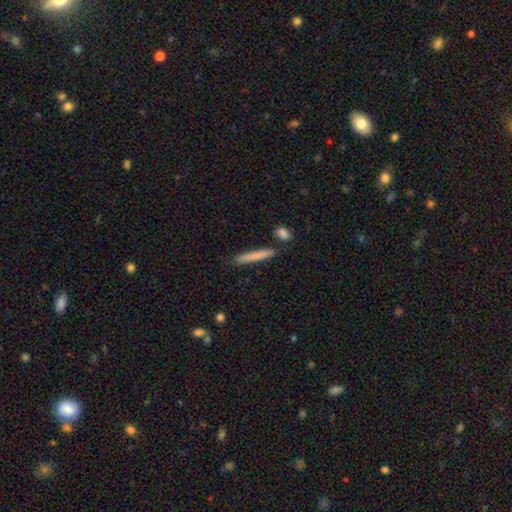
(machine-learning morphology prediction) Overall: smooth (77%). How rounded: cigar-shaped (95%). Merging: none (85%).